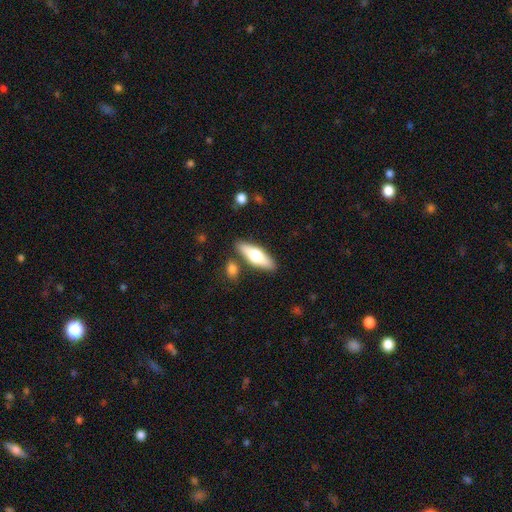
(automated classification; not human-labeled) Morphology: type=smooth (58%); roundness=in between (51%); merging=none (82%).